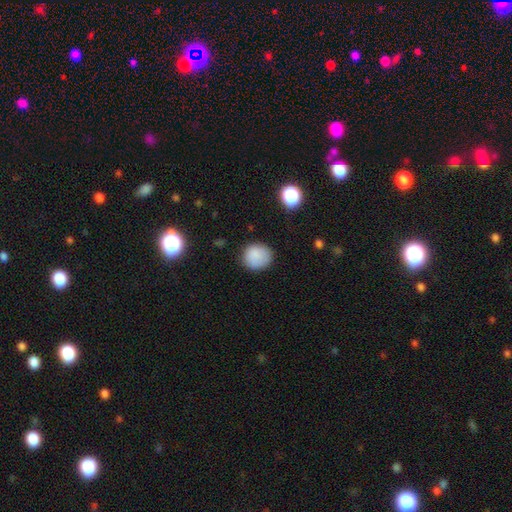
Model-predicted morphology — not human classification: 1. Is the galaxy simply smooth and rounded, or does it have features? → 85% smooth, 9% star or artifact, 5% featured or disk.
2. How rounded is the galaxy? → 83% round, 16% in between, 1% cigar-shaped.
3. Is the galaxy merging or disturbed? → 82% none, 14% minor disturbance, 3% major disturbance, 1% merger.